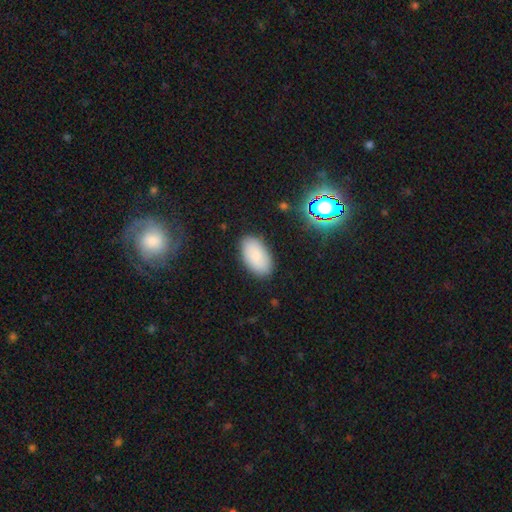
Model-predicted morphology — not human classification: The model was most divided on "smooth or featured": smooth: 83%, star or artifact: 9%, featured or disk: 8%. More confident: how rounded — in between (95%); merging — none (86%).